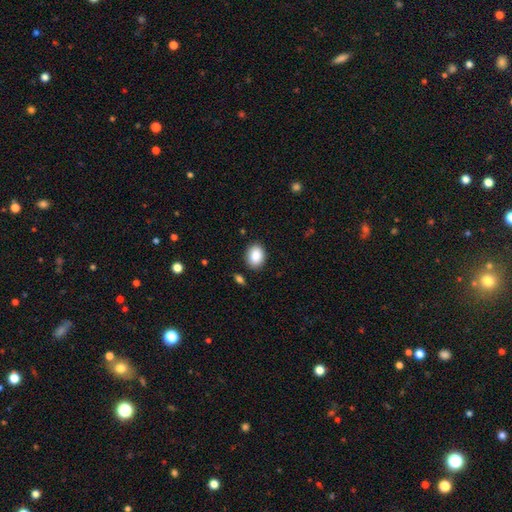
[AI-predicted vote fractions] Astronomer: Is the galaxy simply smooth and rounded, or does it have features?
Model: smooth — 88%.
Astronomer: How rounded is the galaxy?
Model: in between — 64%.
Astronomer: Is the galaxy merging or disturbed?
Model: none — 86%.